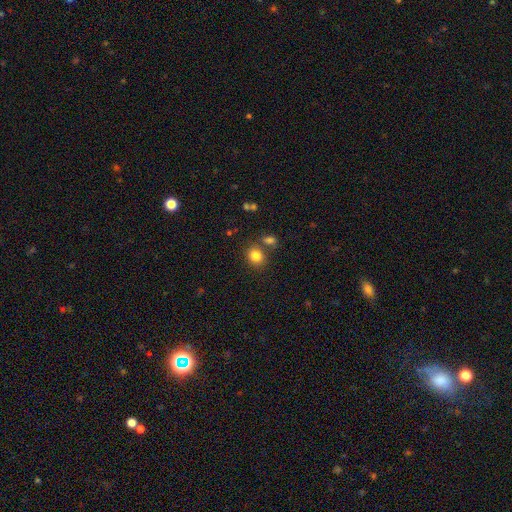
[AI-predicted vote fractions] A smooth galaxy with no disk features (83%) that is round (69%). Merging: none (71%).